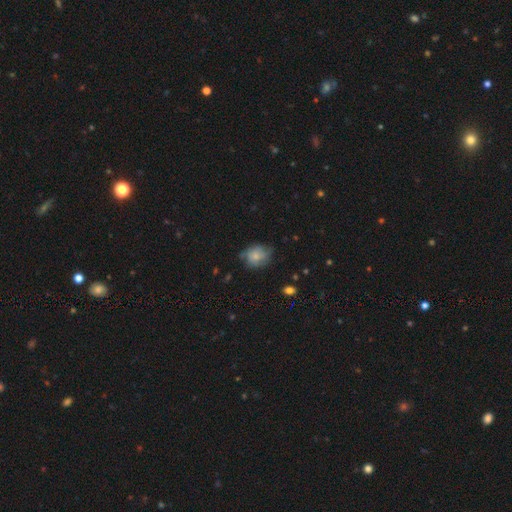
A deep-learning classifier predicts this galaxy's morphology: A smooth galaxy with no disk features (59%) that is round (56%). Merging: none (58%).